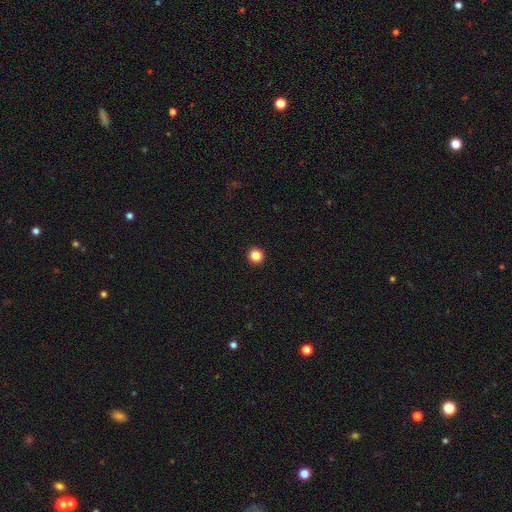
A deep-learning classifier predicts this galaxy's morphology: A smooth galaxy with no disk features (86%) that is round (95%).

Vote fractions:
- Smooth or featured? smooth: 86% / star or artifact: 11% / featured or disk: 3%
- How rounded? round: 95% / in between: 4% / cigar-shaped: 1%
- Merging? none: 94% / minor disturbance: 4% / major disturbance: 1% / merger: 1%